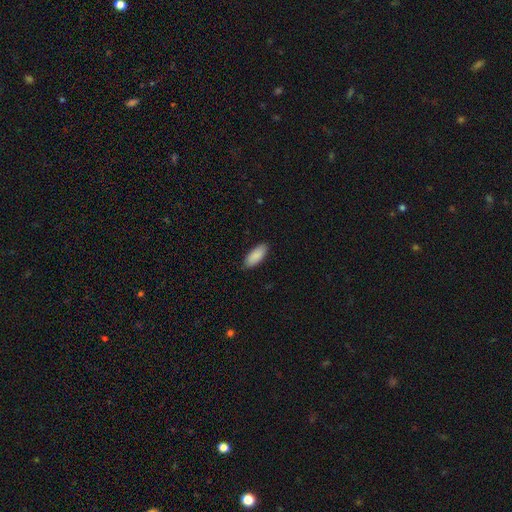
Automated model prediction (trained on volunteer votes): Smooth or featured: smooth — 90% (star or artifact — 6%)
How rounded: in between — 83% (cigar-shaped — 16%)
Merging: none — 87% (minor disturbance — 10%)